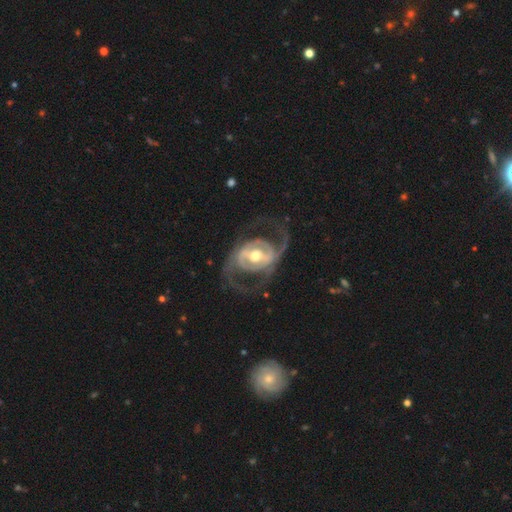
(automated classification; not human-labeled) smooth-or-featured: featured or disk: 88% | smooth: 8% | star or artifact: 4%
  disk-edge-on: no: 96% | yes: 4%
    bar: strong: 41% | weak: 35% | no: 24%
    has-spiral-arms: yes: 86% | no: 14%
      spiral-winding: medium: 49% | loose: 32% | tight: 20%
      spiral-arm-count: 2: 83% | can't tell: 6% | 3: 4% | 1: 3% | 4: 2% | more than 4: 2%
    bulge-size: moderate: 73% | large: 14% | small: 12% | dominant: 1% | none: 1%
  merging: none: 65% | major disturbance: 19% | minor disturbance: 14% | merger: 2%